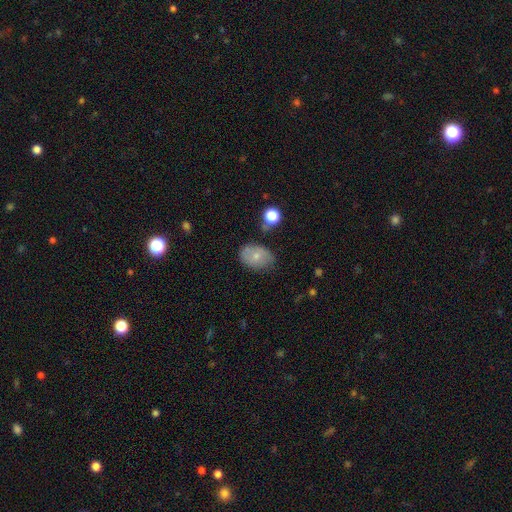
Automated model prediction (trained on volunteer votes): smooth_or_featured: smooth (p=0.68) [alt: featured or disk p=0.23]
how_rounded: in between (p=0.75) [alt: round p=0.24]
merging: none (p=0.65) [alt: minor disturbance p=0.25]